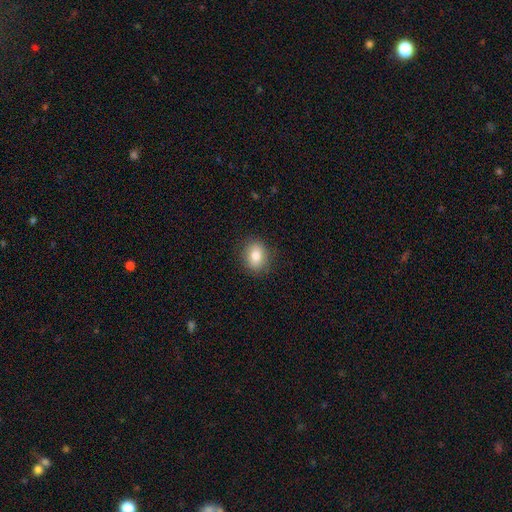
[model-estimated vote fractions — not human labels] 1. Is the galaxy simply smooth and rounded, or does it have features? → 82% smooth, 9% featured or disk, 9% star or artifact.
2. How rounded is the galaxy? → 50% round, 49% in between, 1% cigar-shaped.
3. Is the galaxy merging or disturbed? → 87% none, 9% minor disturbance, 3% major disturbance, 1% merger.